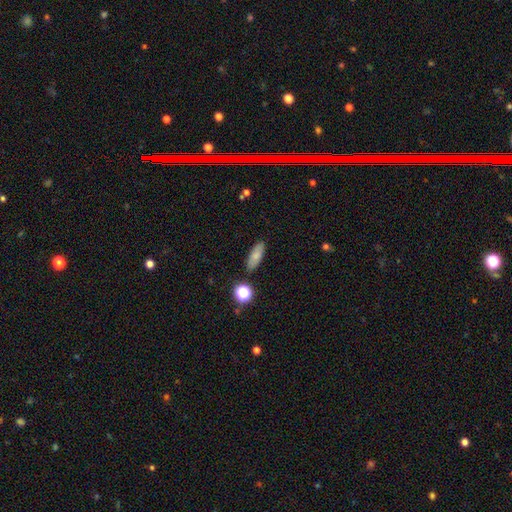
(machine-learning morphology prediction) A smooth galaxy with no disk features (79%) that is in between round and cigar-shaped (67%). Merging: none (85%).